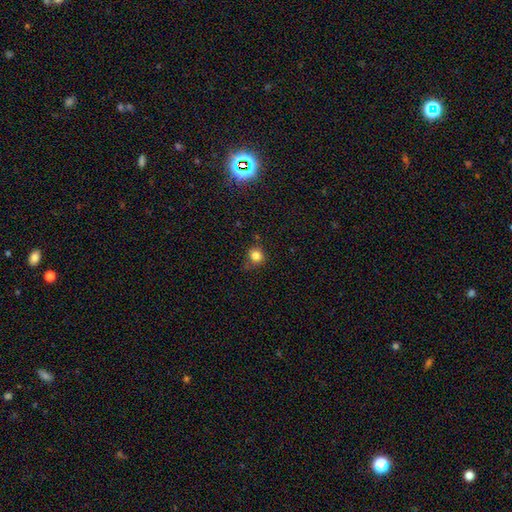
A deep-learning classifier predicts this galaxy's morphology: The model was most divided on "merging": none: 72%, minor disturbance: 20%, major disturbance: 5%, merger: 3%. More confident: how rounded — round (85%); smooth or featured — smooth (81%).